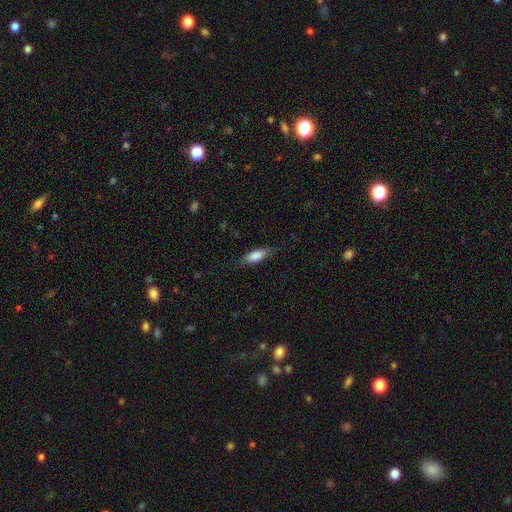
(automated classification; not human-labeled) Smooth or featured?
  - smooth: 76% *
  - featured or disk: 18%
  - star or artifact: 7%
How rounded?
  - in between: 68% *
  - cigar-shaped: 30%
  - round: 3%
Merging?
  - none: 74% *
  - minor disturbance: 20%
  - major disturbance: 6%
  - merger: 1%